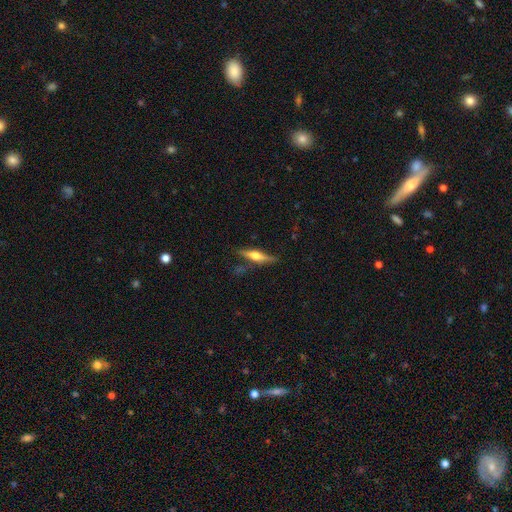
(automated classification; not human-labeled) featured or disk 64%, smooth 30%, star or artifact 6%. Down the decision tree: edge-on disk — yes (96%); edge-on bulge — rounded (89%); merging — none (79%).